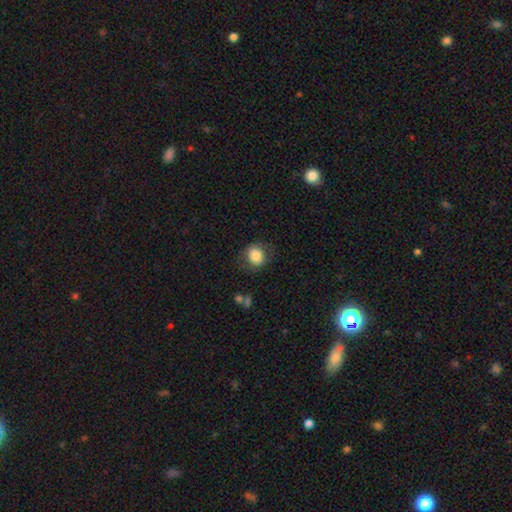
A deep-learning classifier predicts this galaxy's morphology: A smooth galaxy with no disk features (81%) that is round (65%).

Vote fractions:
- Smooth or featured? smooth: 81% / featured or disk: 11% / star or artifact: 8%
- How rounded? round: 65% / in between: 34% / cigar-shaped: 1%
- Merging? none: 75% / minor disturbance: 16% / major disturbance: 8% / merger: 2%